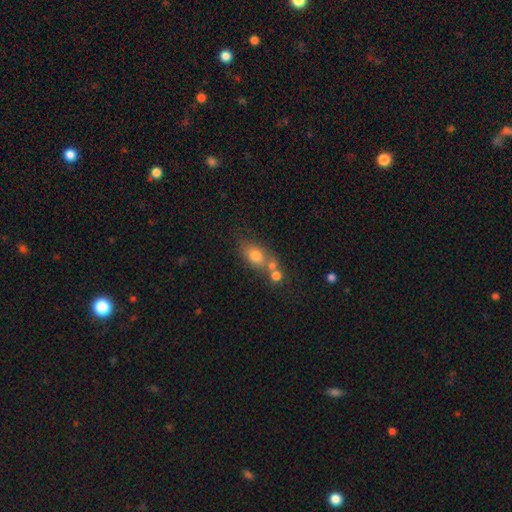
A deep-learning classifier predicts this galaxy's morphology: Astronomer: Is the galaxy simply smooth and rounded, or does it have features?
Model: smooth — 72%.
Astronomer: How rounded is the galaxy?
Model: in between — 66%.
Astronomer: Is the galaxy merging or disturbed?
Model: none — 44% (runner-up: merger, 37%).